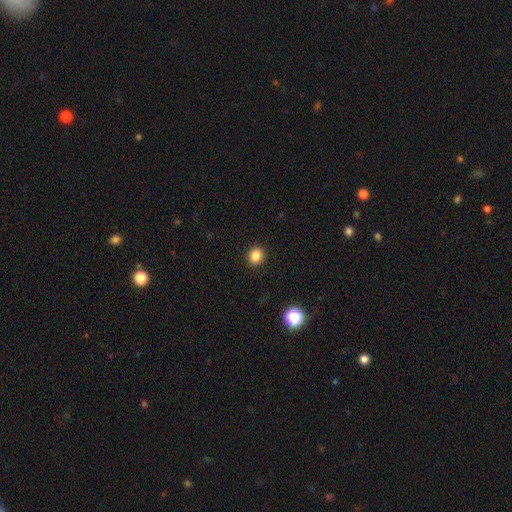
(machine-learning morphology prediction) Smooth or featured?
  - smooth: 85% *
  - star or artifact: 11%
  - featured or disk: 4%
How rounded?
  - round: 71% *
  - in between: 28%
  - cigar-shaped: 1%
Merging?
  - none: 92% *
  - minor disturbance: 5%
  - major disturbance: 2%
  - merger: 1%